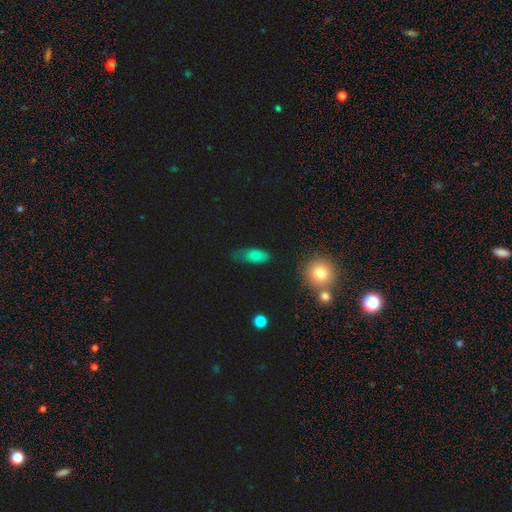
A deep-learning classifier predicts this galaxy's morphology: This appears to be a smooth galaxy with no disk features (72%) that is in between round and cigar-shaped (83%). Merging: none (48%).